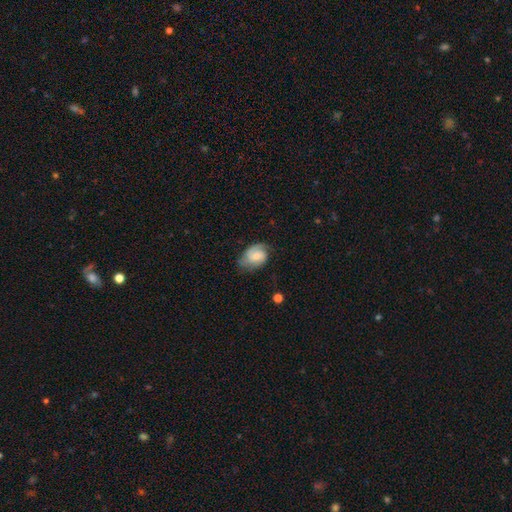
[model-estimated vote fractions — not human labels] Smooth or featured: featured or disk — 51% (smooth — 42%)
Edge-on disk: no — 96% (yes — 4%)
Merging: none — 58% (minor disturbance — 29%)